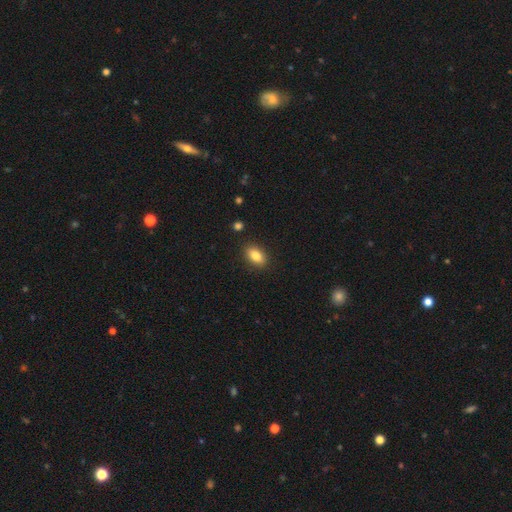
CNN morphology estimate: smooth 84%, star or artifact 8%, featured or disk 8%. Down the decision tree: how rounded — in between (88%); merging — none (88%).